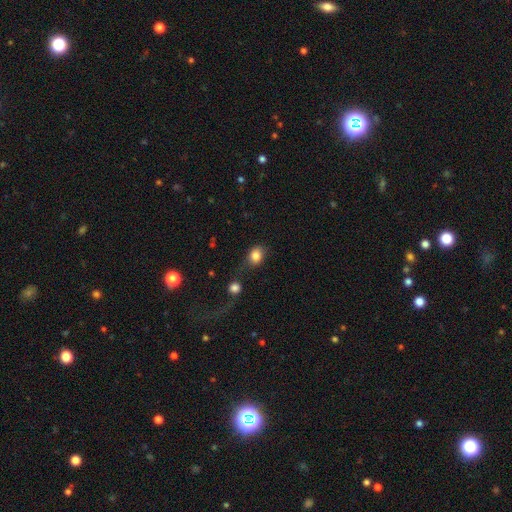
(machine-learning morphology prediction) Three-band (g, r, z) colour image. It shows a smooth galaxy with no disk features (83%) that is in between round and cigar-shaped (49%, tied with round). Merging: none (54%).